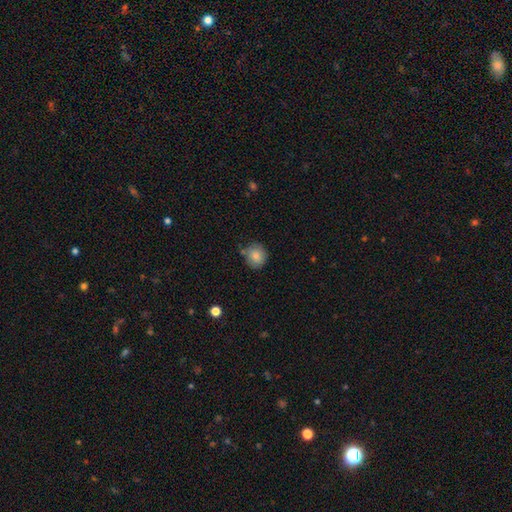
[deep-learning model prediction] Smooth or featured: smooth — 84% (star or artifact — 8%)
How rounded: round — 81% (in between — 18%)
Merging: none — 73% (minor disturbance — 19%)